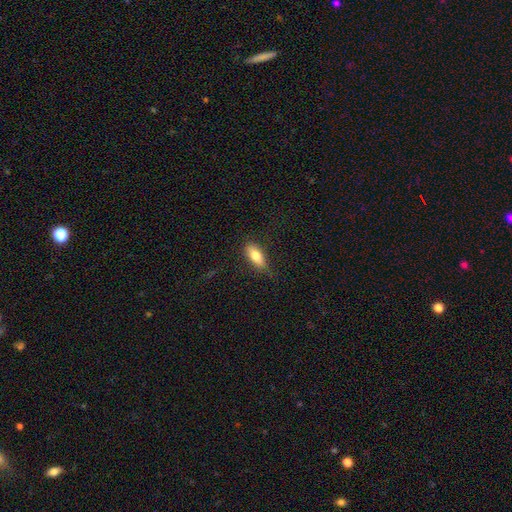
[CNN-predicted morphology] The model was most divided on "how rounded": in between: 79%, cigar-shaped: 18%, round: 3%. More confident: merging — none (78%); smooth or featured — smooth (77%).